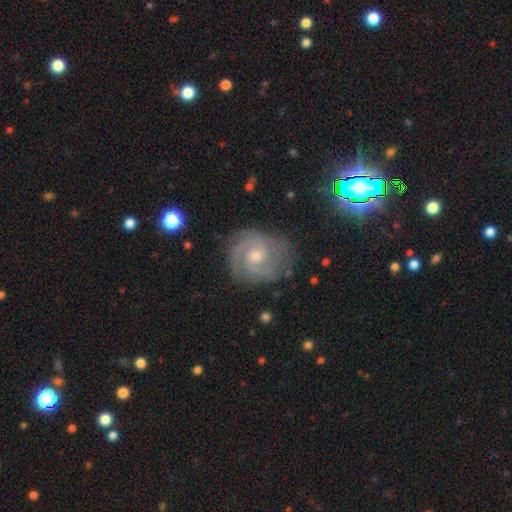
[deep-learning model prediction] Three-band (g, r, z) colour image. It shows a featured or disk galaxy (86%) with no bar (61%), 2 (57%) tight (60%) spiral arms (97%) and a moderate central bulge (55%). Merging: none (76%).